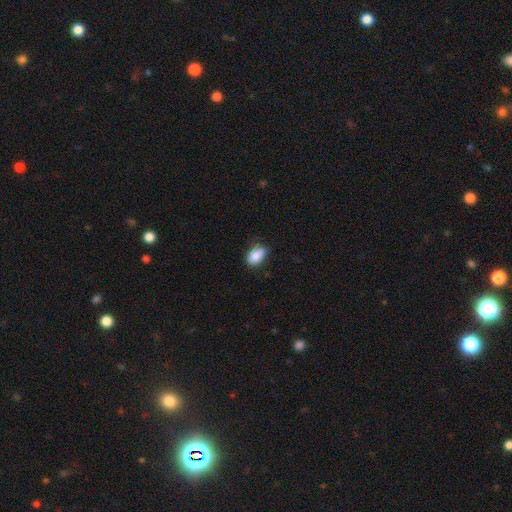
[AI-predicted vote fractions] The model was most divided on "merging": none: 73%, minor disturbance: 22%, major disturbance: 4%, merger: 1%. More confident: how rounded — in between (89%); smooth or featured — smooth (86%).